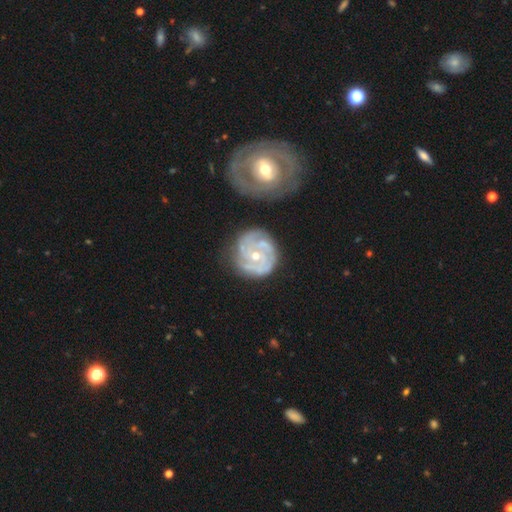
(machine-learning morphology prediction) Smooth or featured? Predicted: featured or disk (p=0.86). Edge-on disk? Predicted: no (p=0.98). Bar? Predicted: no (p=0.72). Spiral arms? Predicted: yes (p=0.95). Spiral winding? Predicted: tight (p=0.71). Spiral arm count? Predicted: 3 (p=0.42). Bulge size? Predicted: small (p=0.52). Merging? Predicted: none (p=0.64).